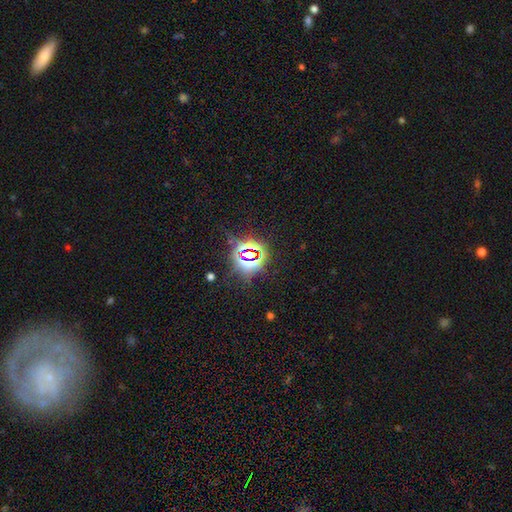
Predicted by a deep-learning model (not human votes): This is clearly a star or artifact rather than a galaxy (81%).